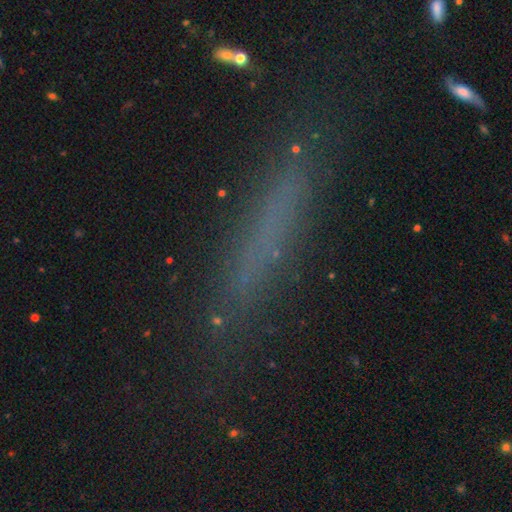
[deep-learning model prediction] A smooth galaxy with no disk features (50%). Merging: none (79%).